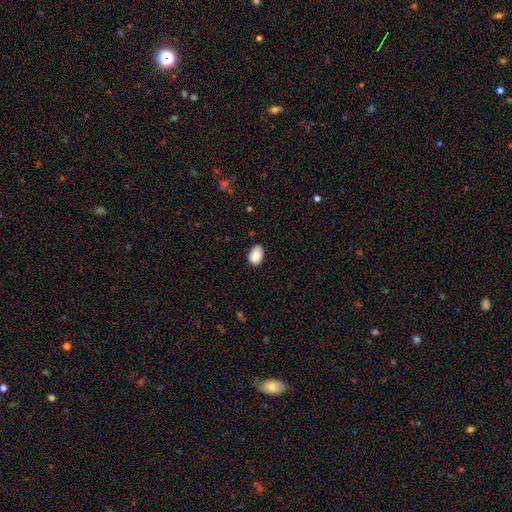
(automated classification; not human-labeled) The model was most divided on "merging": none: 77%, minor disturbance: 19%, major disturbance: 3%, merger: 1%. More confident: smooth or featured — smooth (90%); how rounded — in between (87%).